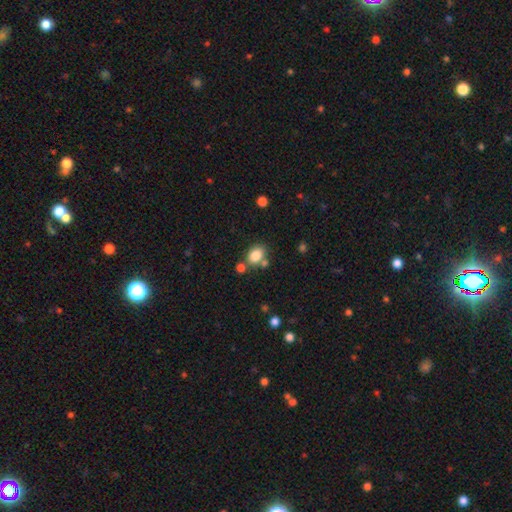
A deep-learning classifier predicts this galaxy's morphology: Smooth or featured?
  - smooth: 83% *
  - star or artifact: 10%
  - featured or disk: 7%
How rounded?
  - in between: 72% *
  - round: 27%
  - cigar-shaped: 1%
Merging?
  - none: 63% *
  - merger: 19%
  - minor disturbance: 13%
  - major disturbance: 5%